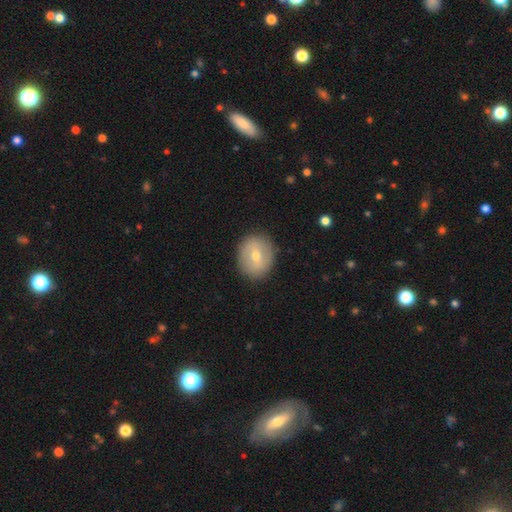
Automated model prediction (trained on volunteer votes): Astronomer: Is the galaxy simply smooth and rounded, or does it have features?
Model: smooth — 56% (runner-up: featured or disk, 36%).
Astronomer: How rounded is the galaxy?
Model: round — 69%.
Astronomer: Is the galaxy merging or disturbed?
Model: none — 88%.